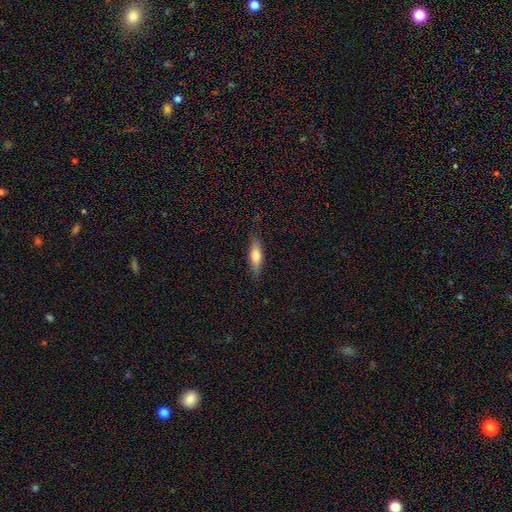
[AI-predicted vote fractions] A smooth galaxy with no disk features (63%) that is cigar-shaped (58%). Merging: none (83%).